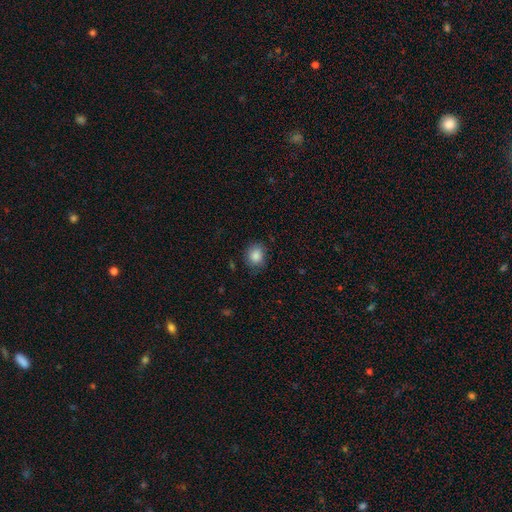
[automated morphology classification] Smooth or featured: smooth — 86% (star or artifact — 8%)
How rounded: round — 66% (in between — 33%)
Merging: none — 76% (minor disturbance — 19%)